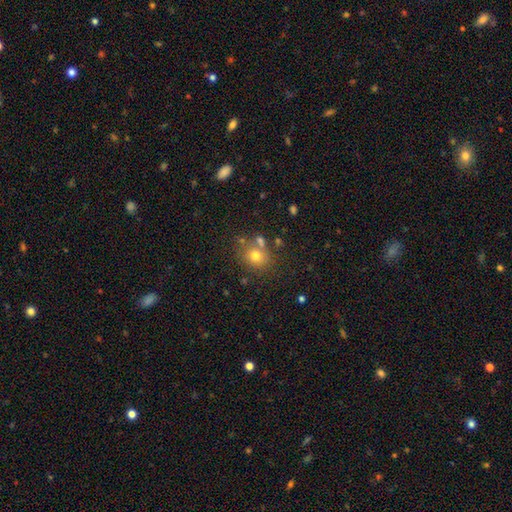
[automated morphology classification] A smooth galaxy with no disk features (72%) that is round (75%).

Vote fractions:
- Smooth or featured? smooth: 72% / star or artifact: 15% / featured or disk: 13%
- How rounded? round: 75% / in between: 25% / cigar-shaped: 1%
- Merging? none: 67% / merger: 16% / minor disturbance: 12% / major disturbance: 5%